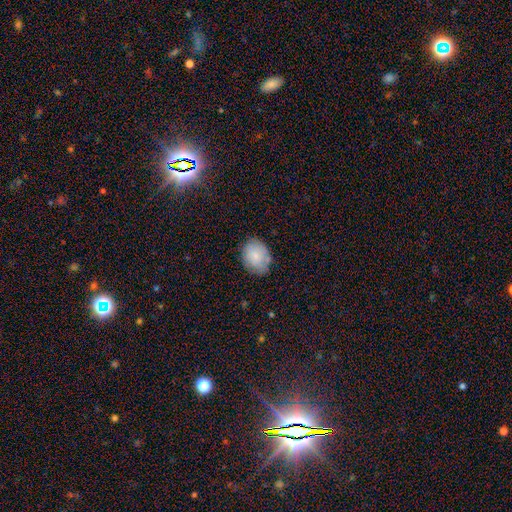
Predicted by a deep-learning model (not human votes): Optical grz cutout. It shows a smooth galaxy with no disk features (79%) that is in between round and cigar-shaped (62%). Merging: none (77%).